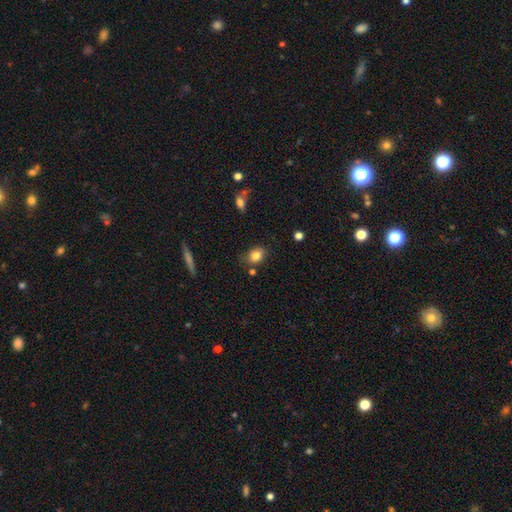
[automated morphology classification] Smooth or featured?
  - smooth: 82% *
  - star or artifact: 10%
  - featured or disk: 9%
How rounded?
  - in between: 63% *
  - round: 35%
  - cigar-shaped: 2%
Merging?
  - none: 74% *
  - minor disturbance: 17%
  - merger: 5%
  - major disturbance: 4%